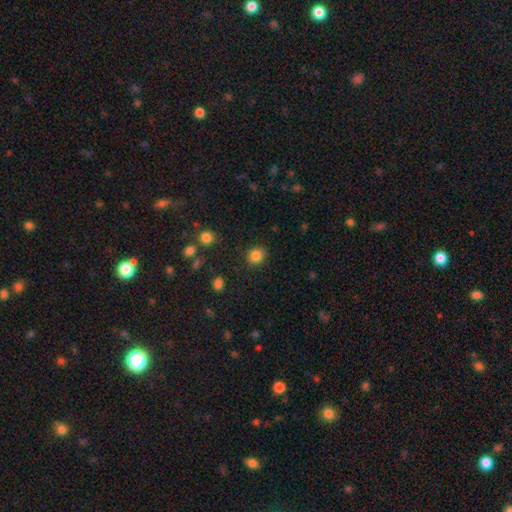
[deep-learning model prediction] A smooth galaxy with no disk features (84%) that is round (79%). Merging: none (85%).